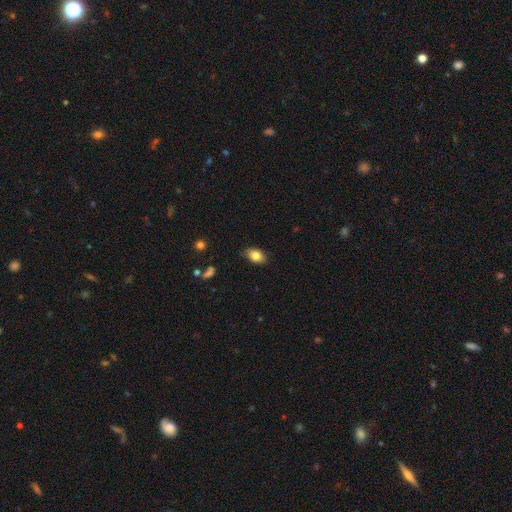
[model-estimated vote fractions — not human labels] smooth-or-featured: smooth: 81% | featured or disk: 10% | star or artifact: 8%
  how-rounded: in between: 84% | round: 15% | cigar-shaped: 2%
  merging: none: 82% | minor disturbance: 15% | major disturbance: 2% | merger: 1%